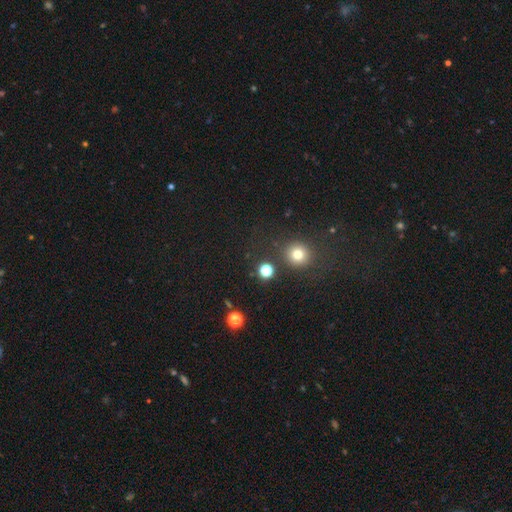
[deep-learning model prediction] This is possibly a smooth galaxy (49%). Merging: likely none (70%).